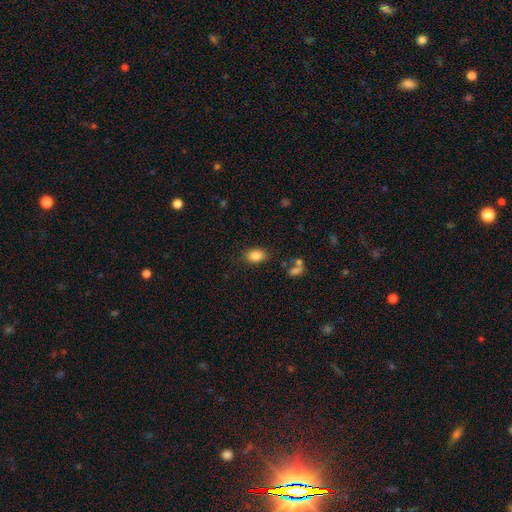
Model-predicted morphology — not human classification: Smooth or featured?
  - smooth: 85% *
  - star or artifact: 9%
  - featured or disk: 6%
How rounded?
  - in between: 86% *
  - round: 12%
  - cigar-shaped: 2%
Merging?
  - none: 82% *
  - minor disturbance: 12%
  - major disturbance: 4%
  - merger: 3%